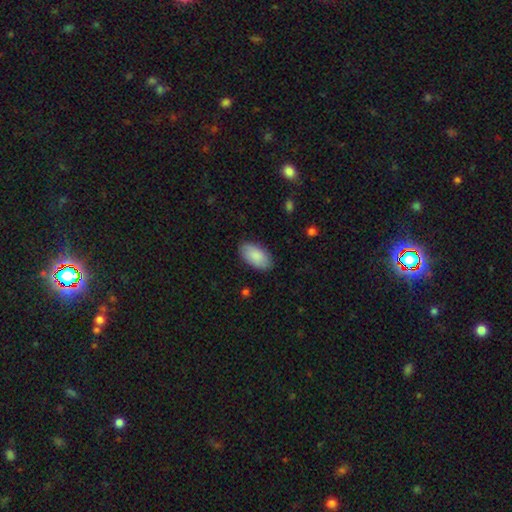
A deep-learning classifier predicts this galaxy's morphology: Overall: smooth (88%). How rounded: in between (96%). Merging: none (87%).